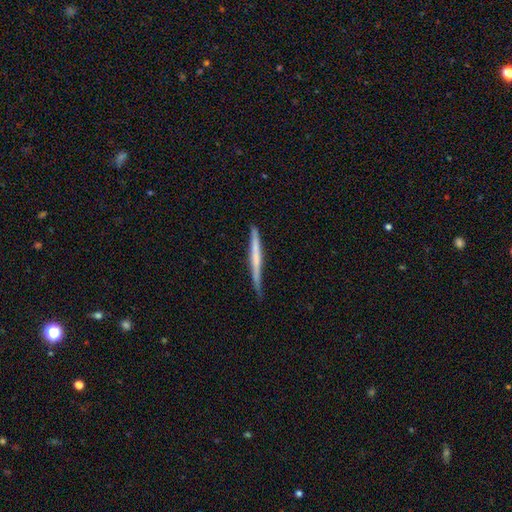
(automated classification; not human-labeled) smooth-or-featured: featured or disk: 51% | smooth: 43% | star or artifact: 5%
  disk-edge-on: yes: 96% | no: 4%
  merging: none: 79% | minor disturbance: 17% | major disturbance: 3% | merger: 2%